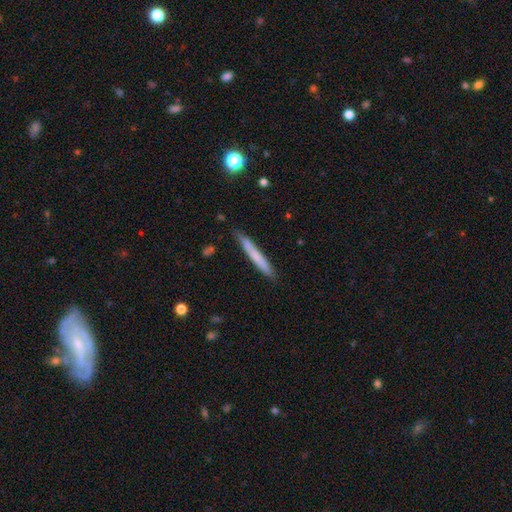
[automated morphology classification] Q: Smooth or featured?
A: smooth (66%); runner-up: featured or disk (28%)
Q: How rounded?
A: cigar-shaped (96%); runner-up: in between (2%)
Q: Merging?
A: none (86%); runner-up: minor disturbance (11%)